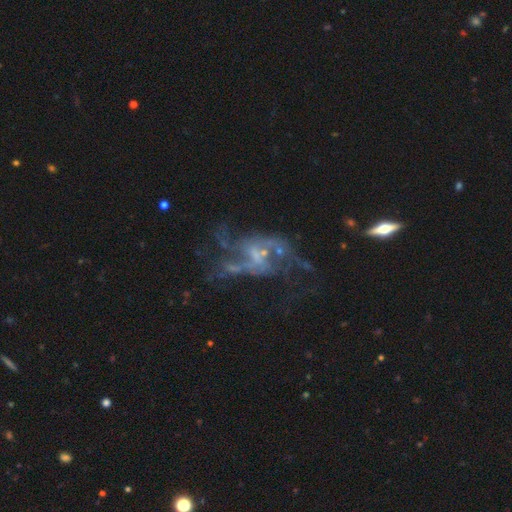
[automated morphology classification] featured or disk 80%, star or artifact 12%, smooth 8%. Down the decision tree: edge-on disk — no (97%); bar — weak (43%); spiral arms — yes (79%); spiral arm count — 2 (57%); spiral winding — loose (64%); bulge size — small (42%); merging — none (39%).